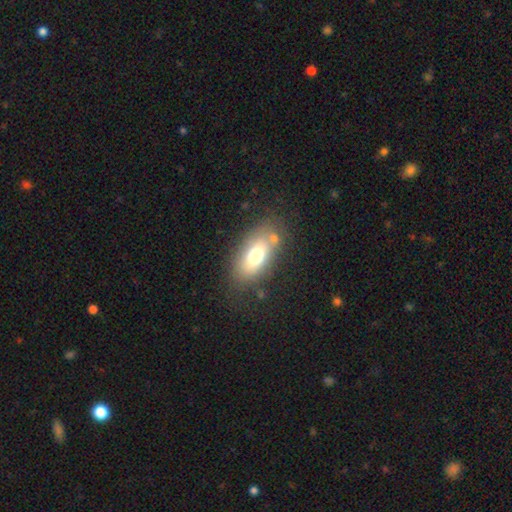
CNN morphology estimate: smooth 71%, featured or disk 20%, star or artifact 9%. Down the decision tree: how rounded — in between (87%); merging — none (70%).